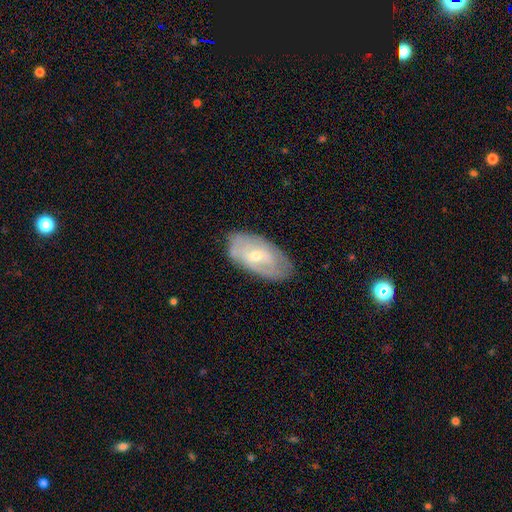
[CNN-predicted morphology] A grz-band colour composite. It shows a featured or disk galaxy (63%) with no bar (50%), spiral arms (58%) and a small central bulge (54%). Merging: none (72%).